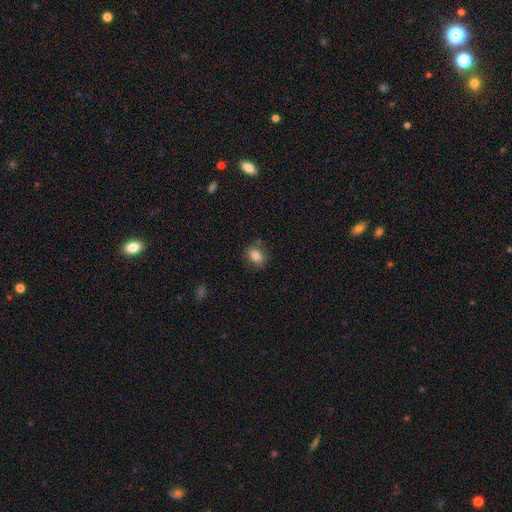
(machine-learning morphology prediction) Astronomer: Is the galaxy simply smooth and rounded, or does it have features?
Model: smooth — 81%.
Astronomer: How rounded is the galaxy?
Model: in between — 64%.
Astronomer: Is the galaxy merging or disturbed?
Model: none — 81%.